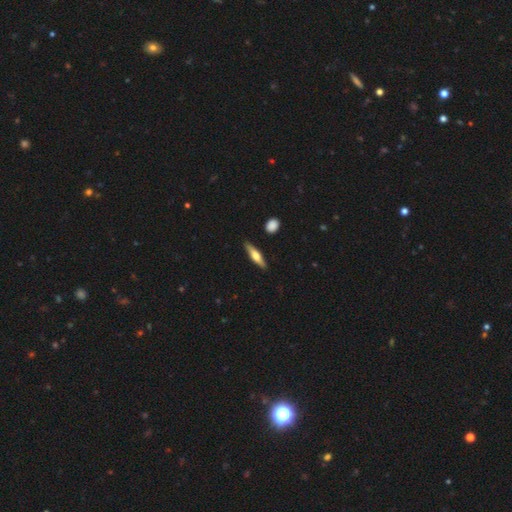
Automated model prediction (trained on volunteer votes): Smooth or featured?
  - smooth: 50% *
  - featured or disk: 44%
  - star or artifact: 6%
Merging?
  - none: 87% *
  - minor disturbance: 10%
  - major disturbance: 2%
  - merger: 2%